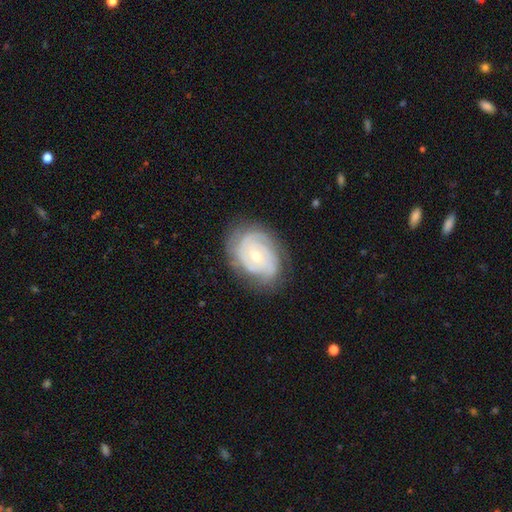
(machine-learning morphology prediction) A featured or disk galaxy (83%) with no bar (68%), can't tell (28%, tied with 2) tight (74%) spiral arms (95%) and a small central bulge (61%). Merging: none (75%).